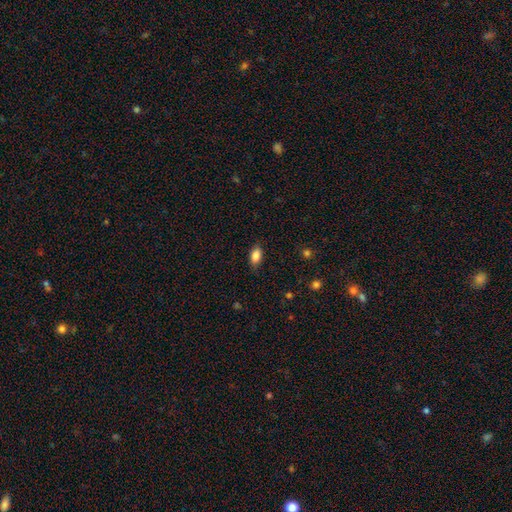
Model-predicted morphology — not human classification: This appears to be a smooth galaxy with no disk features (85%) that is in between round and cigar-shaped (88%). Merging: none (82%).